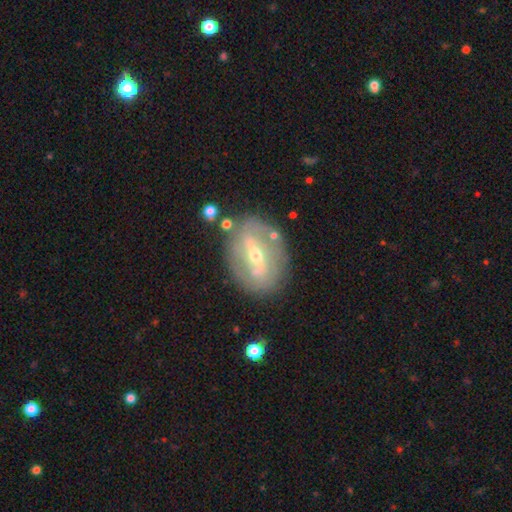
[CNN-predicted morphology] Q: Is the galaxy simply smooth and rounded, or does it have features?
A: featured or disk — 76%.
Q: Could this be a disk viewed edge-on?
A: no — 92%.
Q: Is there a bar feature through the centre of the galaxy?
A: strong — 47%.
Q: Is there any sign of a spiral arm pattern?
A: yes — 58%.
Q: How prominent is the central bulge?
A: small — 49%.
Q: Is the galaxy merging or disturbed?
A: none — 77%.